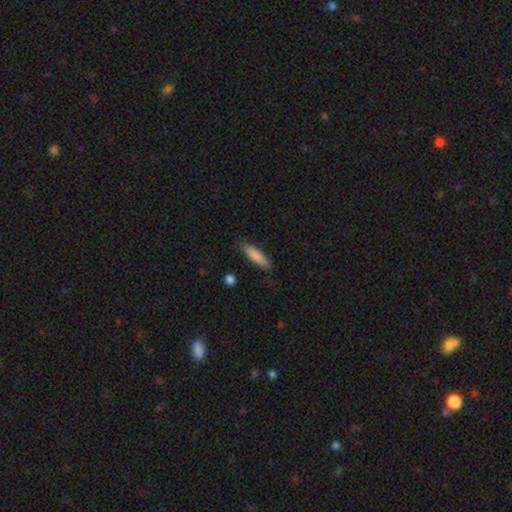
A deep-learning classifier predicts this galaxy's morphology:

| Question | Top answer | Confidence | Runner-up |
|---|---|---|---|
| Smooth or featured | smooth | 83% | featured or disk (11%) |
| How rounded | cigar-shaped | 74% | in between (24%) |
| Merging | none | 83% | minor disturbance (13%) |